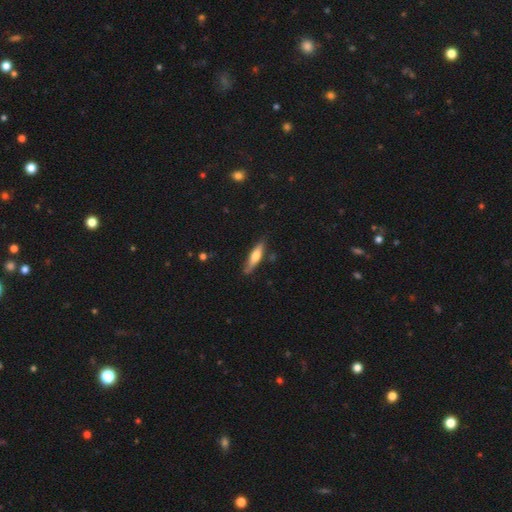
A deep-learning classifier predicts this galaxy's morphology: Smooth or featured: smooth — 54% (featured or disk — 41%)
How rounded: cigar-shaped — 78% (in between — 20%)
Merging: none — 79% (minor disturbance — 16%)